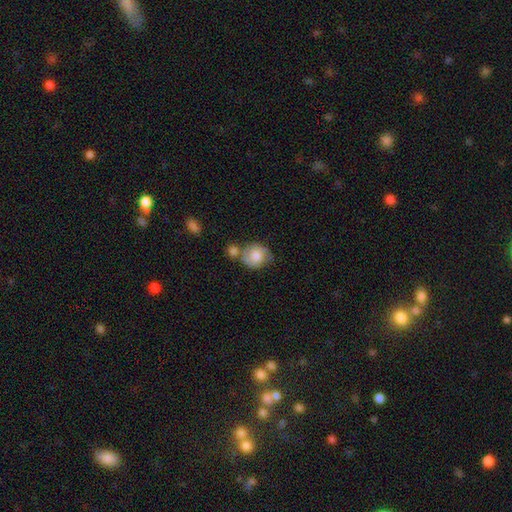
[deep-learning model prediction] A smooth galaxy with no disk features (66%) that is round (72%).

Vote fractions:
- Smooth or featured? smooth: 66% / featured or disk: 27% / star or artifact: 7%
- How rounded? round: 72% / in between: 26% / cigar-shaped: 1%
- Merging? none: 44% / merger: 27% / minor disturbance: 21% / major disturbance: 8%